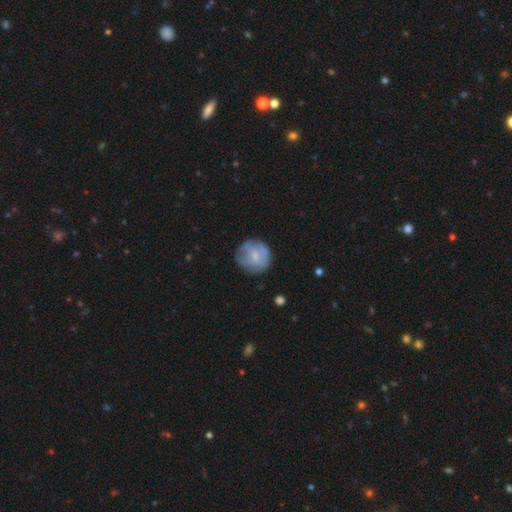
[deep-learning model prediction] Smooth or featured: smooth — 54% (featured or disk — 39%)
How rounded: round — 89% (in between — 10%)
Merging: none — 70% (minor disturbance — 20%)